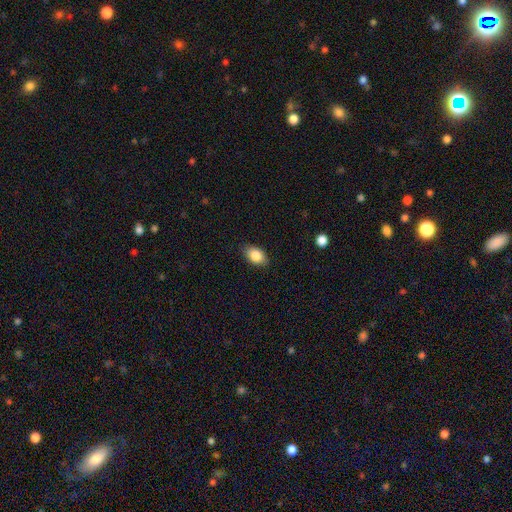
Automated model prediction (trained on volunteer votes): This appears to be a smooth galaxy with no disk features (86%) that is in between round and cigar-shaped (89%). Merging: none (85%).